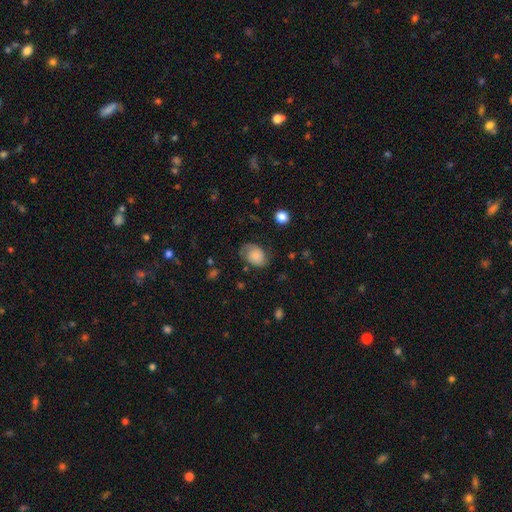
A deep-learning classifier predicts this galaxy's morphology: Q: Smooth or featured?
A: smooth (57%); runner-up: featured or disk (33%)
Q: How rounded?
A: in between (71%); runner-up: round (28%)
Q: Merging?
A: none (61%); runner-up: minor disturbance (25%)